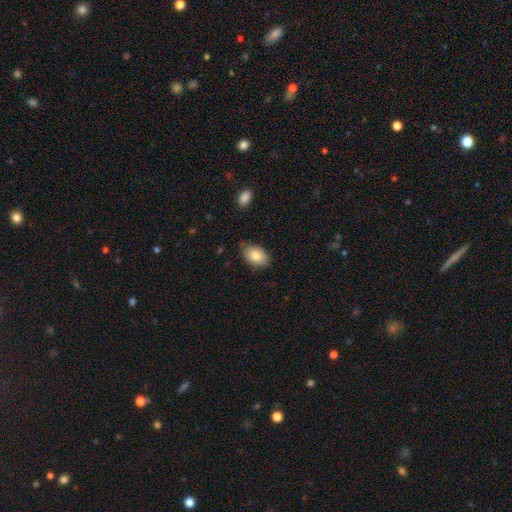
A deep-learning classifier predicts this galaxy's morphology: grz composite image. It shows a smooth galaxy with no disk features (83%) that is in between round and cigar-shaped (88%). Merging: none (80%).